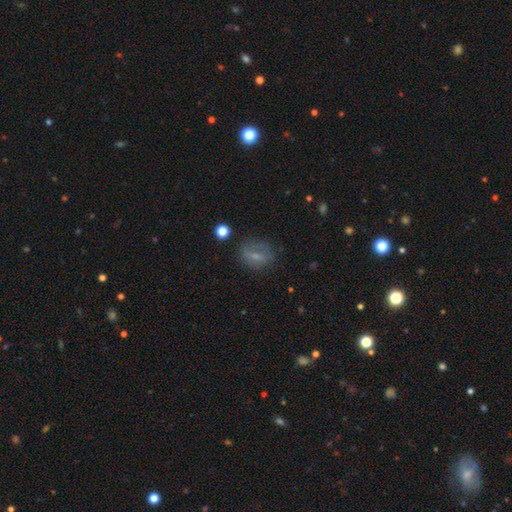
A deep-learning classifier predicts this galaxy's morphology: A smooth galaxy with no disk features (55%) that is in between round and cigar-shaped (57%).

Vote fractions:
- Smooth or featured? smooth: 55% / featured or disk: 31% / star or artifact: 14%
- How rounded? in between: 57% / round: 38% / cigar-shaped: 5%
- Merging? none: 69% / minor disturbance: 19% / major disturbance: 10% / merger: 2%